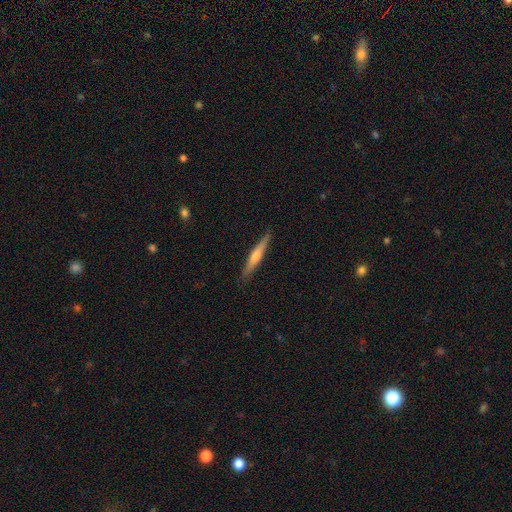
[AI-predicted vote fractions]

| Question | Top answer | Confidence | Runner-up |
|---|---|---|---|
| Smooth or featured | featured or disk | 58% | smooth (37%) |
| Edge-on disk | yes | 97% | no (3%) |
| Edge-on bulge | rounded | 82% | none (12%) |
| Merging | none | 90% | minor disturbance (8%) |